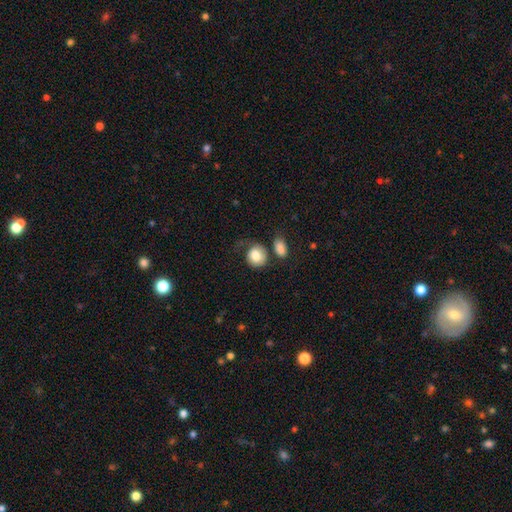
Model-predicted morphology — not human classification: Smooth or featured: smooth — 80% (featured or disk — 12%)
How rounded: round — 75% (in between — 24%)
Merging: none — 49% (minor disturbance — 21%)